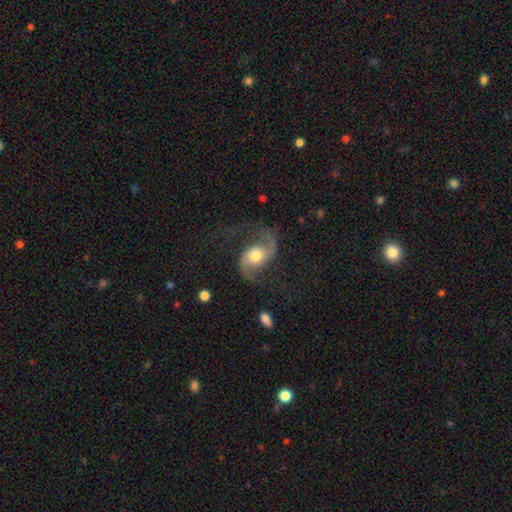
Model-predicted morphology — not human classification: Smooth or featured?
  - featured or disk: 82% *
  - smooth: 12%
  - star or artifact: 6%
Edge-on disk?
  - no: 97% *
  - yes: 3%
Bar?
  - no: 56% *
  - weak: 33%
  - strong: 11%
Spiral arms?
  - yes: 95% *
  - no: 5%
Spiral winding?
  - loose: 69% *
  - medium: 25%
  - tight: 5%
Spiral arm count?
  - 2: 91% *
  - 1: 4%
  - can't tell: 2%
  - 3: 1%
  - 4: 1%
  - more than 4: 1%
Bulge size?
  - moderate: 66% *
  - large: 17%
  - small: 13%
  - dominant: 2%
  - none: 2%
Merging?
  - none: 58% *
  - major disturbance: 24%
  - minor disturbance: 16%
  - merger: 2%